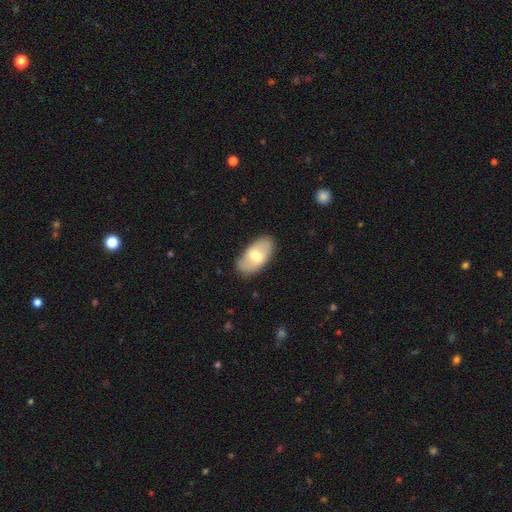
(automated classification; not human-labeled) The model was most divided on "smooth or featured": smooth: 60%, featured or disk: 34%, star or artifact: 6%. More confident: how rounded — in between (94%); merging — none (79%).